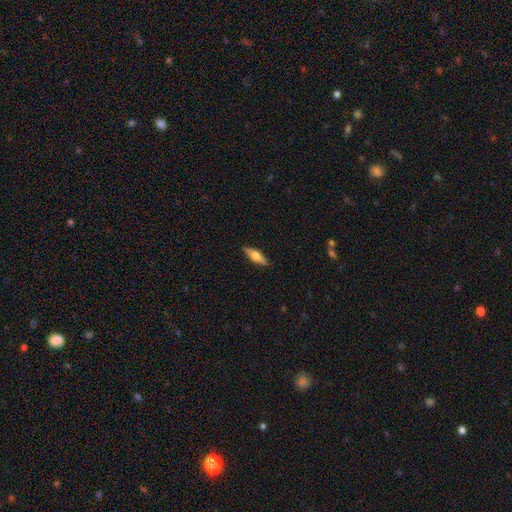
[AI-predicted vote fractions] A smooth galaxy with no disk features (48%). Merging: none (88%).